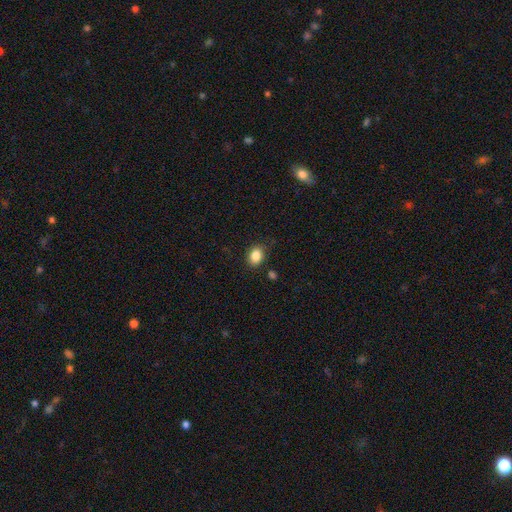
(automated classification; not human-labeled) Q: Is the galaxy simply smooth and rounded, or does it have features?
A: smooth — 86%.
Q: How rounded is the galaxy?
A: in between — 65%.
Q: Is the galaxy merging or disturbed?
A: none — 83%.